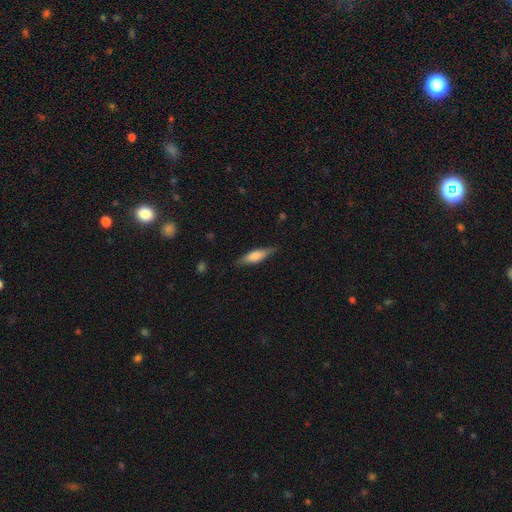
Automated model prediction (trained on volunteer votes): smooth 64%, featured or disk 30%, star or artifact 6%. Down the decision tree: how rounded — cigar-shaped (55%); merging — none (82%).